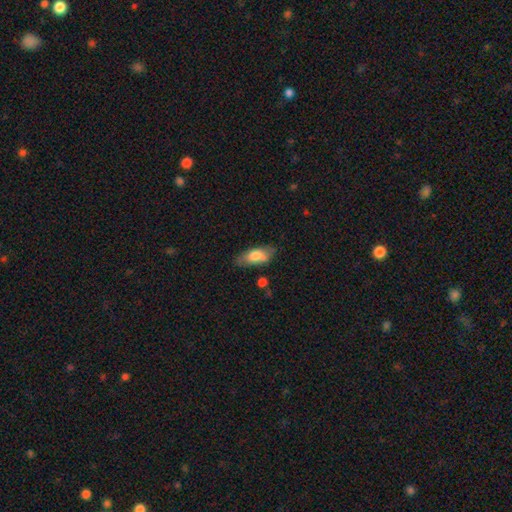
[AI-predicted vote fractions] Smooth or featured?
  - smooth: 71% *
  - featured or disk: 23%
  - star or artifact: 7%
How rounded?
  - in between: 81% *
  - cigar-shaped: 16%
  - round: 3%
Merging?
  - none: 63% *
  - minor disturbance: 26%
  - major disturbance: 7%
  - merger: 5%